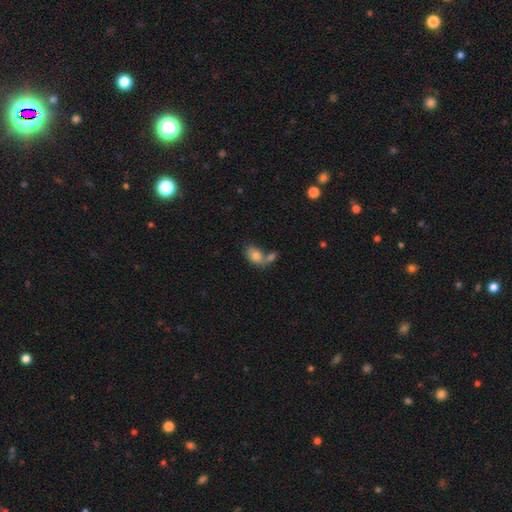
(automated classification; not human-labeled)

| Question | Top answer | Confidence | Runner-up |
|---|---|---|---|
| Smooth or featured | smooth | 80% | featured or disk (12%) |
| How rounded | in between | 86% | round (13%) |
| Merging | merger | 48% | none (35%) |